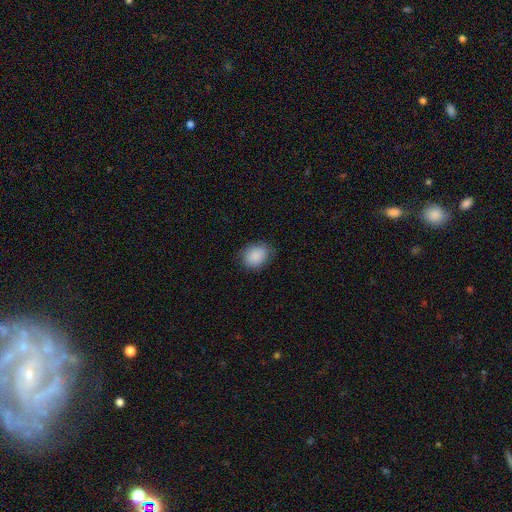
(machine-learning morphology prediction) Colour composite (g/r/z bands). It shows a smooth galaxy with no disk features (88%) that is in between round and cigar-shaped (57%). Merging: none (81%).